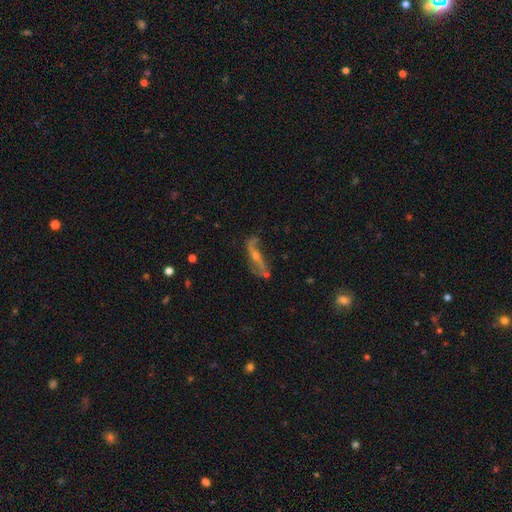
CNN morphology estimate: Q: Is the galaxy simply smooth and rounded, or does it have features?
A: featured or disk — 77%.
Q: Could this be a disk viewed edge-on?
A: no — 71%.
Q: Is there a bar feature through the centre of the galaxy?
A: no — 43%.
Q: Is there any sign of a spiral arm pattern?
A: yes — 84%.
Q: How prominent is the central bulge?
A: small — 52%.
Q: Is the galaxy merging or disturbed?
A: none — 58%.